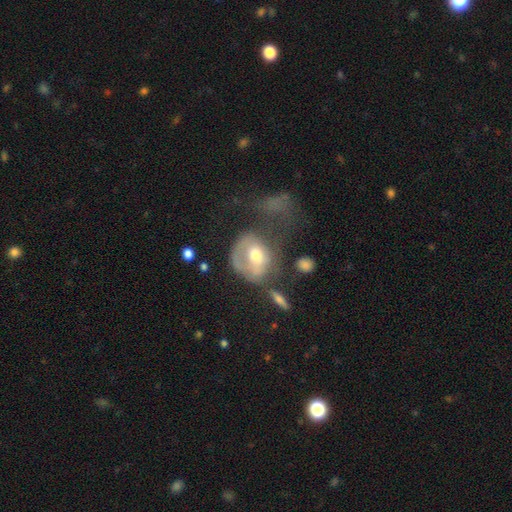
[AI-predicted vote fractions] Smooth or featured? Predicted: featured or disk (p=0.49). Merging? Predicted: major disturbance (p=0.50).